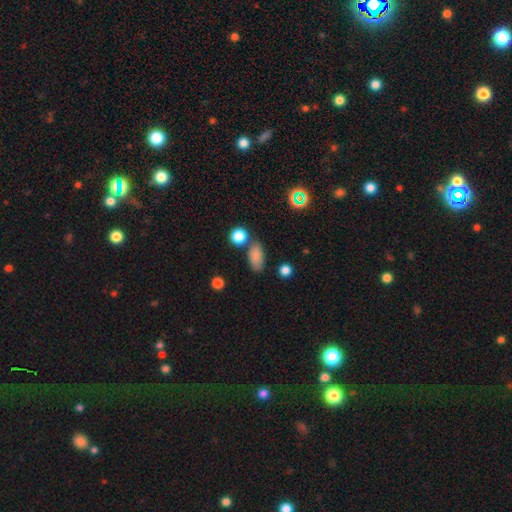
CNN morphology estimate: Smooth or featured: smooth — 82% (star or artifact — 11%)
How rounded: in between — 85% (round — 8%)
Merging: none — 68% (minor disturbance — 16%)